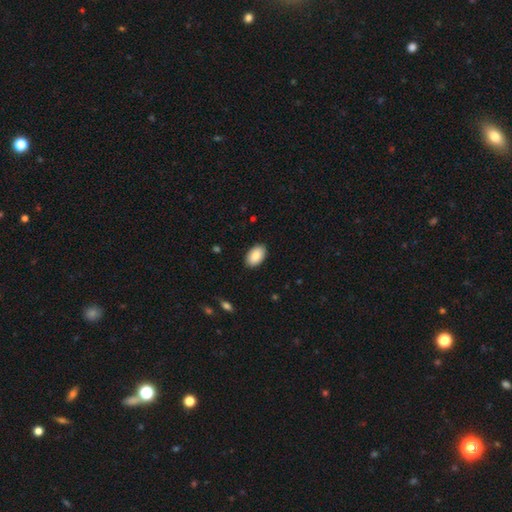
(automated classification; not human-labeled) Morphology: type=smooth (86%); roundness=in between (94%); merging=none (89%).